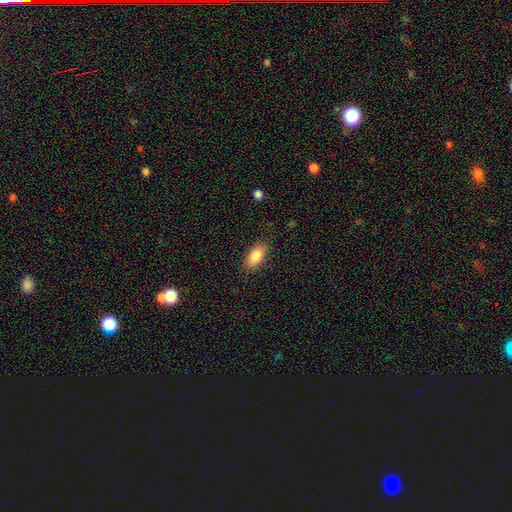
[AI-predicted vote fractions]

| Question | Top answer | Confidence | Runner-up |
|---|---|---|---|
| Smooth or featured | smooth | 85% | featured or disk (8%) |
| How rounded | in between | 91% | cigar-shaped (6%) |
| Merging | none | 85% | minor disturbance (11%) |